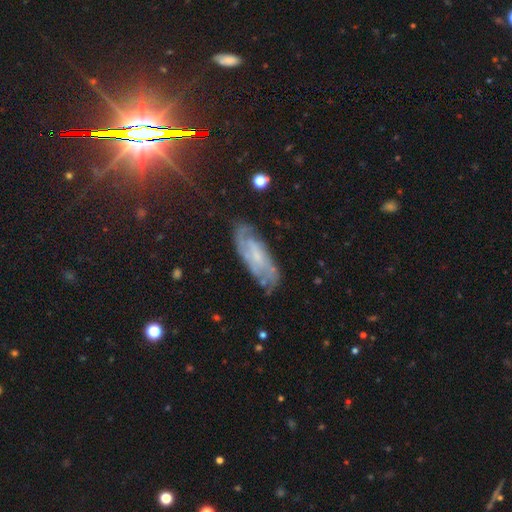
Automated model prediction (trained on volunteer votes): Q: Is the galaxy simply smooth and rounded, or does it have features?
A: featured or disk — 70%.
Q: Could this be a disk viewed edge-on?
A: no — 87%.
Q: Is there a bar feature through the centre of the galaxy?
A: no — 51%.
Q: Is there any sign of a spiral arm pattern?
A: yes — 88%.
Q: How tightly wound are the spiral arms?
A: tight — 49%.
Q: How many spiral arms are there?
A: can't tell — 43%.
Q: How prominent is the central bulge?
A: small — 64%.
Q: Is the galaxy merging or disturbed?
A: none — 71%.